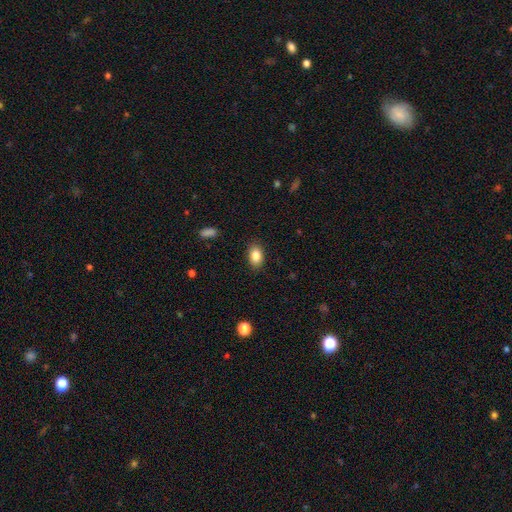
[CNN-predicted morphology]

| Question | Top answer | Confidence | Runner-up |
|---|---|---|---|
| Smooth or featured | smooth | 85% | star or artifact (8%) |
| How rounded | in between | 86% | round (13%) |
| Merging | none | 87% | minor disturbance (9%) |